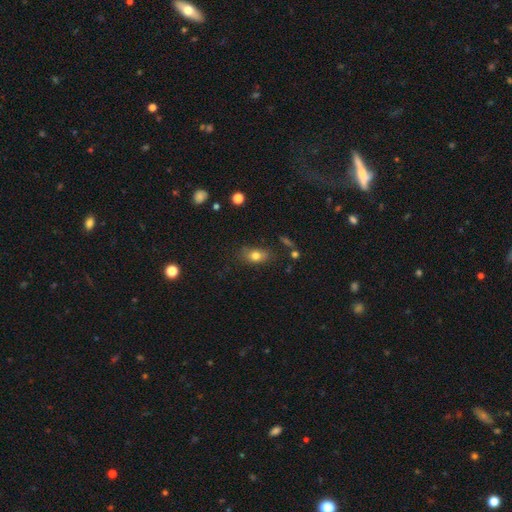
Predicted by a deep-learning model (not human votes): The model was most divided on "merging": none: 70%, minor disturbance: 21%, major disturbance: 6%, merger: 3%. More confident: how rounded — in between (77%); smooth or featured — smooth (77%).